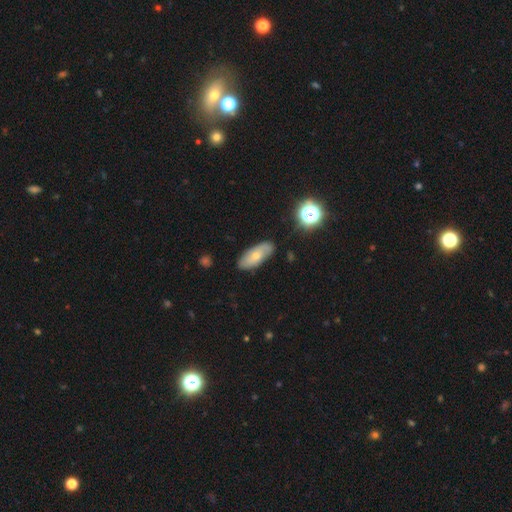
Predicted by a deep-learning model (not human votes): Morphology: type=smooth (55%); roundness=in between (80%); merging=none (80%).